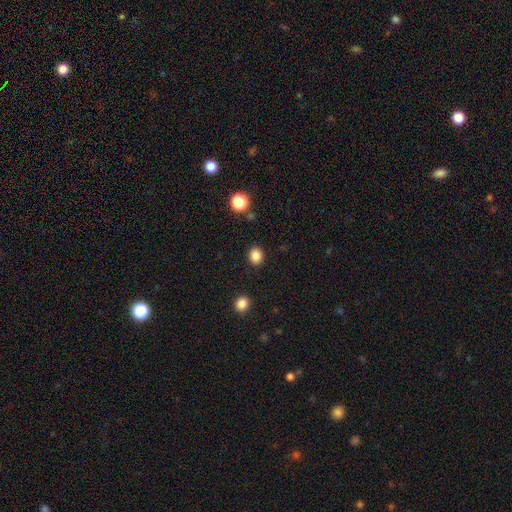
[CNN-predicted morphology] smooth-or-featured: smooth: 86% | star or artifact: 11% | featured or disk: 3%
  how-rounded: round: 62% | in between: 37% | cigar-shaped: 1%
  merging: none: 88% | minor disturbance: 8% | major disturbance: 3% | merger: 2%